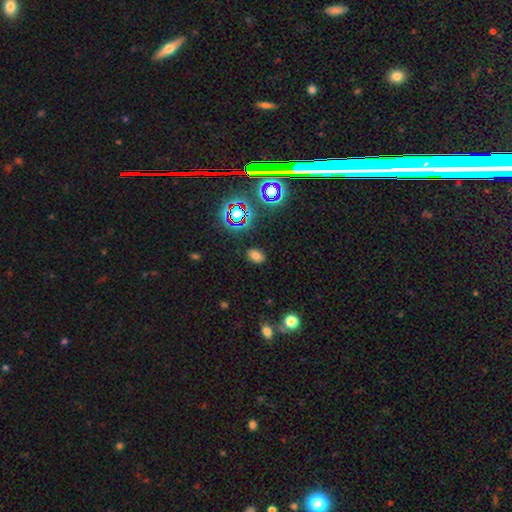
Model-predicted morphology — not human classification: smooth_or_featured: smooth (p=0.69) [alt: star or artifact p=0.23]
how_rounded: in between (p=0.79) [alt: round p=0.20]
merging: none (p=0.87) [alt: minor disturbance p=0.09]